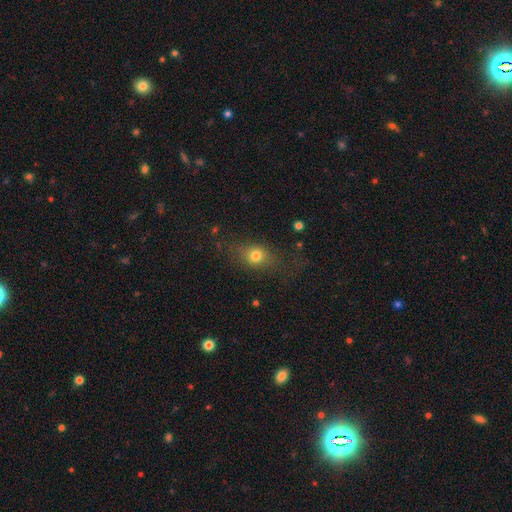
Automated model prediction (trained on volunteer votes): This is likely a smooth galaxy (73%). How rounded: possibly in between (53%). Merging: likely none (69%).